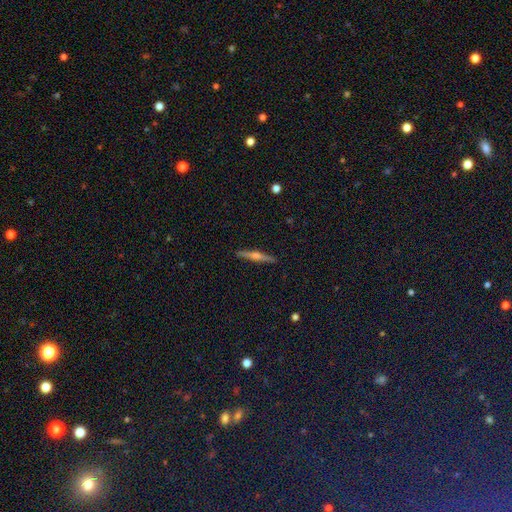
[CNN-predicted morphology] type=featured or disk (71%); edge-on=yes (98%); edge-on bulge=rounded (88%); merging=none (92%).